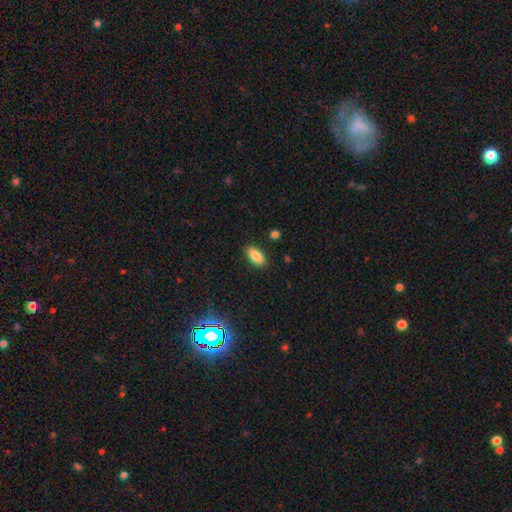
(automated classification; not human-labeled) smooth_or_featured: smooth (p=0.86) [alt: star or artifact p=0.08]
how_rounded: in between (p=0.86) [alt: cigar-shaped p=0.12]
merging: none (p=0.88) [alt: minor disturbance p=0.09]